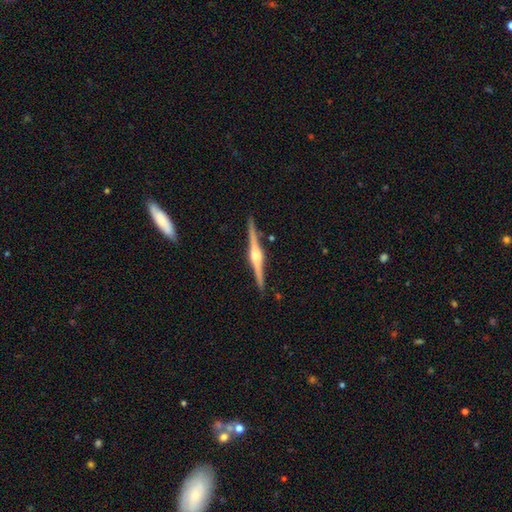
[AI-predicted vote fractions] smooth_or_featured: featured or disk (p=0.86) [alt: smooth p=0.10]
disk_edge_on: yes (p=0.99) [alt: no p=0.01]
edge_on_bulge: rounded (p=0.90) [alt: boxy p=0.08]
merging: none (p=0.91) [alt: minor disturbance p=0.07]